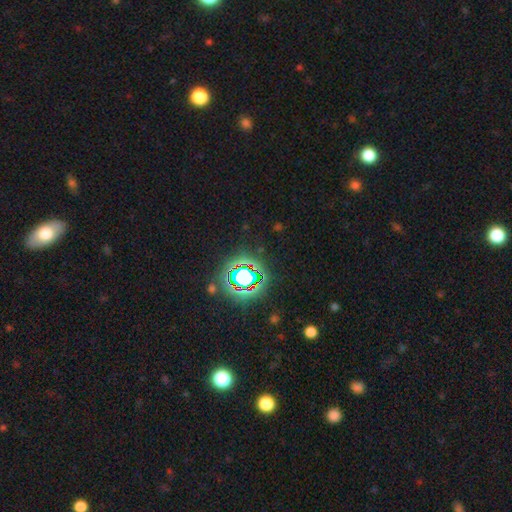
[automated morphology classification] Smooth or featured? Predicted: star or artifact (p=0.81).